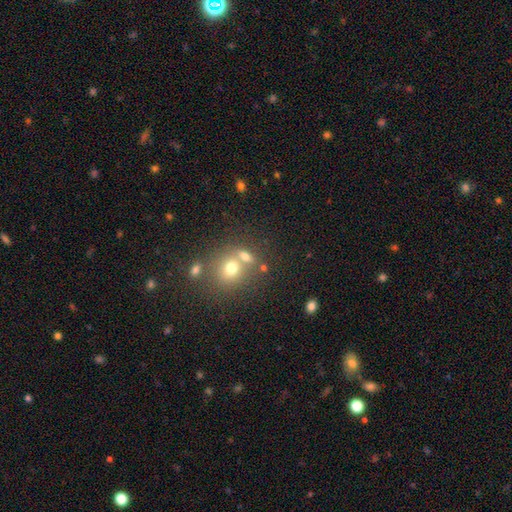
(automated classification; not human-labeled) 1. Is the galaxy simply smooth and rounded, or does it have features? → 58% smooth, 26% star or artifact, 16% featured or disk.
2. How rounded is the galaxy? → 80% round, 19% in between, 1% cigar-shaped.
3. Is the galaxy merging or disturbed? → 53% none, 35% merger, 8% minor disturbance, 4% major disturbance.